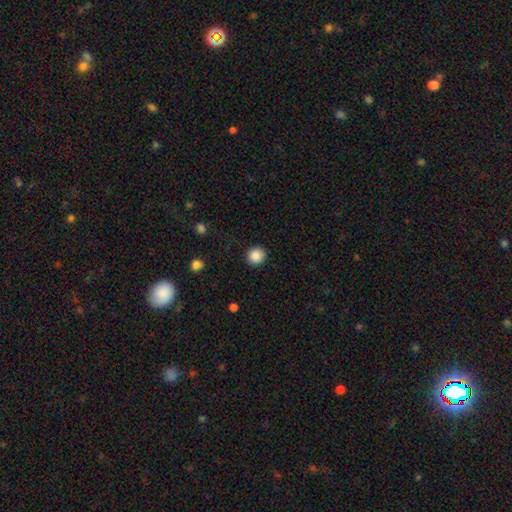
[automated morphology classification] smooth-or-featured: smooth: 88% | star or artifact: 9% | featured or disk: 3%
  how-rounded: round: 93% | in between: 6% | cigar-shaped: 1%
  merging: none: 92% | minor disturbance: 5% | major disturbance: 2% | merger: 1%